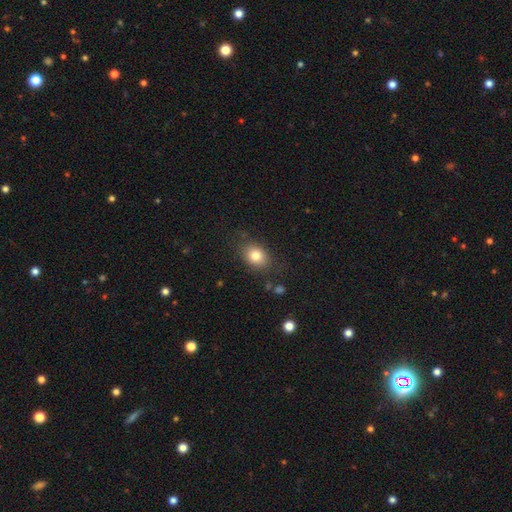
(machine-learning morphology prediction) A smooth galaxy with no disk features (81%) that is in between round and cigar-shaped (61%).

Vote fractions:
- Smooth or featured? smooth: 81% / star or artifact: 10% / featured or disk: 9%
- How rounded? in between: 61% / round: 38% / cigar-shaped: 1%
- Merging? none: 78% / minor disturbance: 15% / major disturbance: 5% / merger: 2%